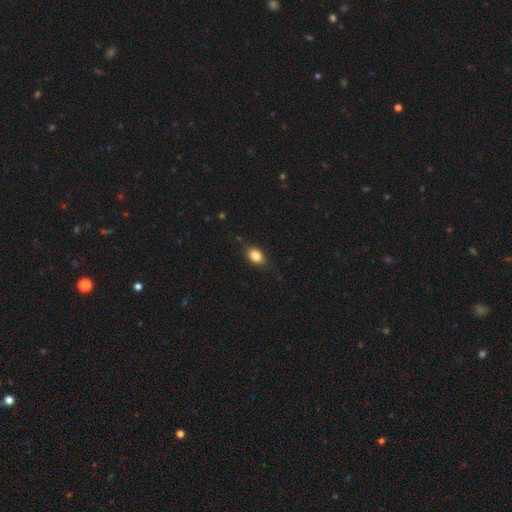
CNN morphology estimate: smooth_or_featured: smooth (p=0.82) [alt: featured or disk p=0.09]
how_rounded: in between (p=0.76) [alt: round p=0.22]
merging: none (p=0.82) [alt: minor disturbance p=0.15]